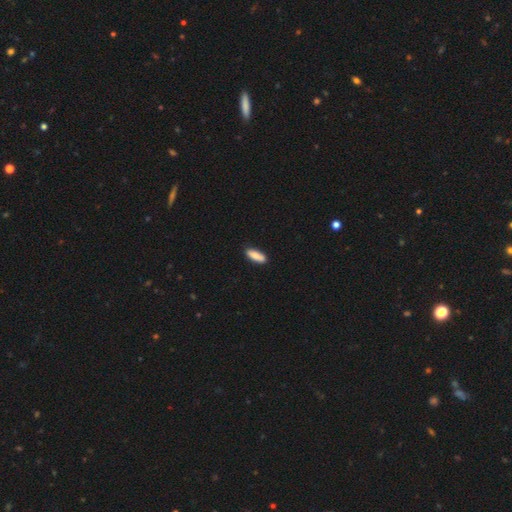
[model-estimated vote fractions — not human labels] A smooth galaxy with no disk features (86%) that is in between round and cigar-shaped (58%).

Vote fractions:
- Smooth or featured? smooth: 86% / featured or disk: 8% / star or artifact: 6%
- How rounded? in between: 58% / cigar-shaped: 40% / round: 2%
- Merging? none: 86% / minor disturbance: 11% / major disturbance: 2% / merger: 2%